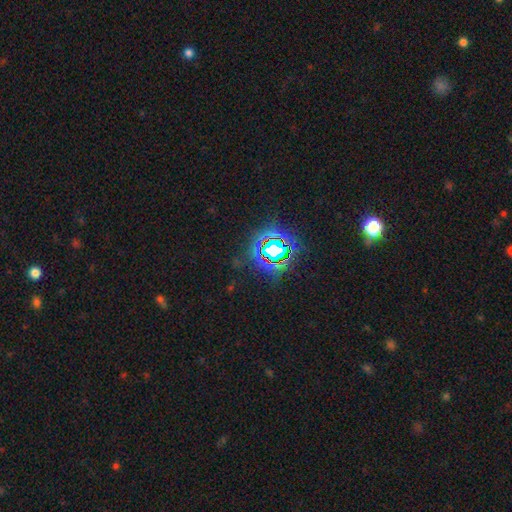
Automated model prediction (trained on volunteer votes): Overall: star or artifact (80%).